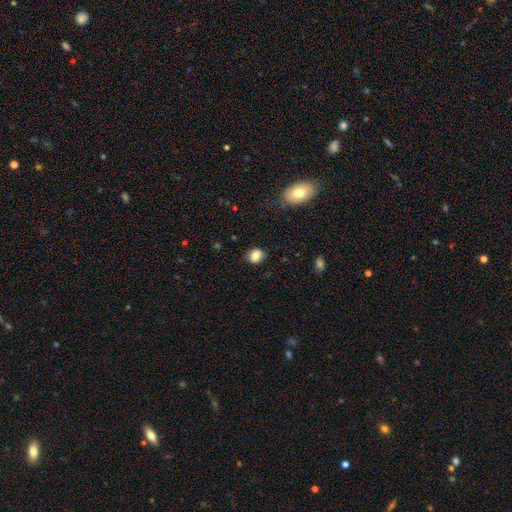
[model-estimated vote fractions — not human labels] smooth_or_featured: smooth (p=0.82) [alt: star or artifact p=0.10]
how_rounded: round (p=0.54) [alt: in between p=0.45]
merging: none (p=0.84) [alt: minor disturbance p=0.12]